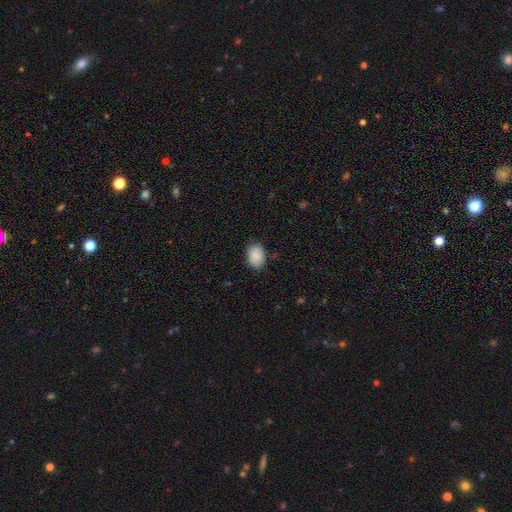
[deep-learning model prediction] Morphology: type=smooth (89%); roundness=in between (77%); merging=none (82%).